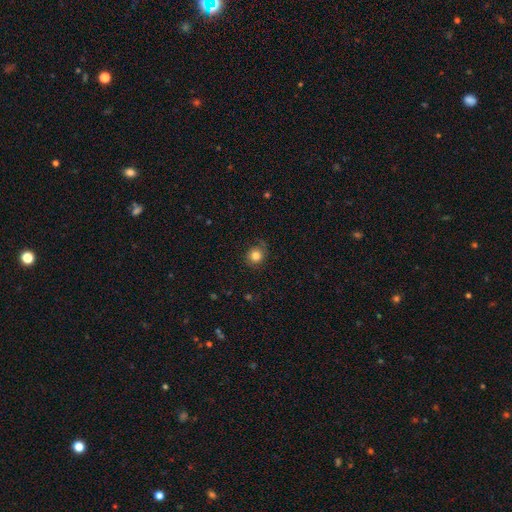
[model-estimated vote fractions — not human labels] A smooth galaxy with no disk features (78%) that is round (85%). Merging: none (72%).